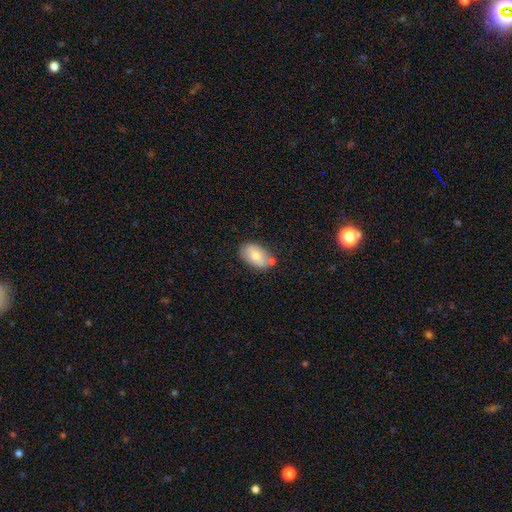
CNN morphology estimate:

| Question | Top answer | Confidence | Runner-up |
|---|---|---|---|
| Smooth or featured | smooth | 69% | featured or disk (24%) |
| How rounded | in between | 90% | round (8%) |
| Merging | none | 63% | minor disturbance (20%) |